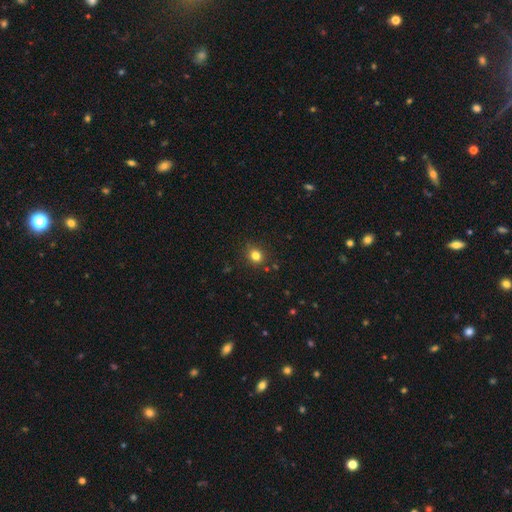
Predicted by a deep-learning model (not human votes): This is clearly a smooth galaxy (81%). How rounded: likely round (74%). Merging: clearly none (84%).